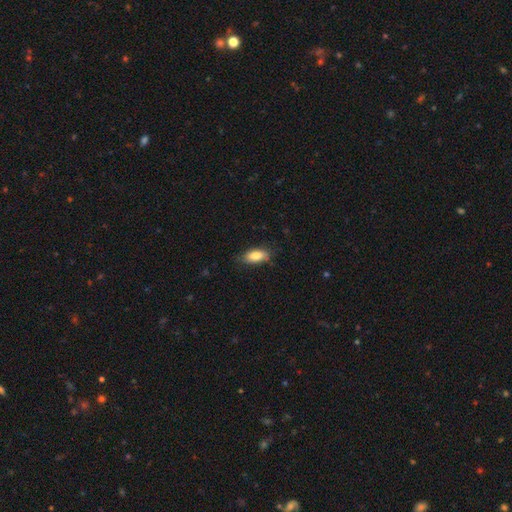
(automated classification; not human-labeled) This is clearly a smooth galaxy (83%). How rounded: clearly in between (85%). Merging: likely none (76%).